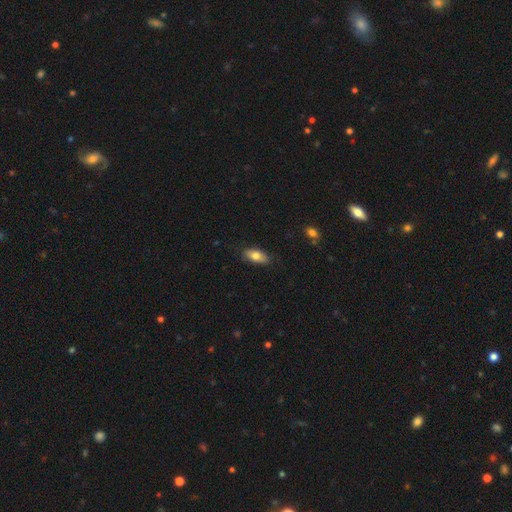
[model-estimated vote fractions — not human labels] The model was most divided on "smooth or featured": smooth: 79%, featured or disk: 14%, star or artifact: 7%. More confident: how rounded — in between (88%); merging — none (83%).